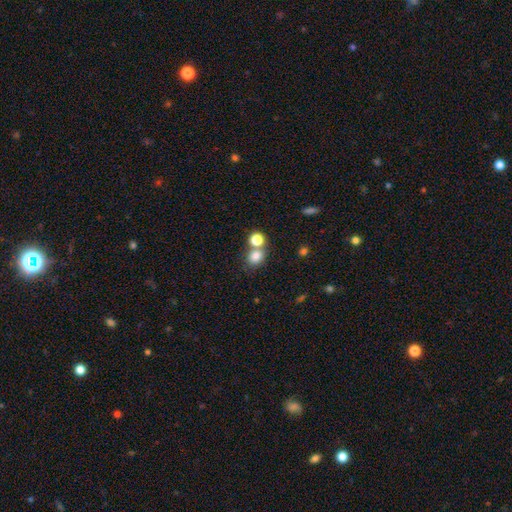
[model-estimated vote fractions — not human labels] Smooth or featured? smooth (80%)
How rounded? round (68%)
Merging? none (50%)